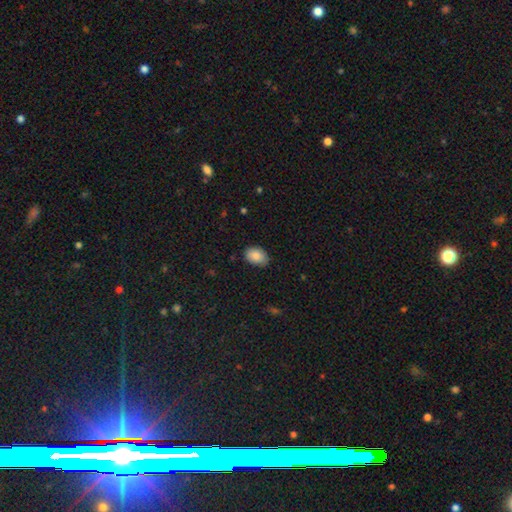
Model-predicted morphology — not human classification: A smooth galaxy with no disk features (88%) that is in between round and cigar-shaped (85%). Merging: none (80%).